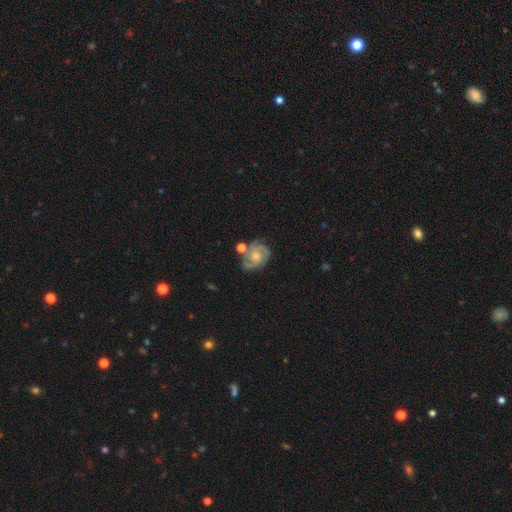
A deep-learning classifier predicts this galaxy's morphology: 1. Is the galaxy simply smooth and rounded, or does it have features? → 83% featured or disk, 11% smooth, 6% star or artifact.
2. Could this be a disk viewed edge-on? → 98% no, 2% yes.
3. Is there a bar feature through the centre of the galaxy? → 74% no, 23% weak, 4% strong.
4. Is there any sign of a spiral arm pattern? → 97% yes, 3% no.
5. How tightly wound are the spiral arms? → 53% tight, 39% medium, 8% loose.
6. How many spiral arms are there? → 46% 3, 28% 2, 10% can't tell, 9% 4, 4% 1, 4% more than 4.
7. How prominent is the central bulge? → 51% small, 41% moderate, 5% none, 2% large, 1% dominant.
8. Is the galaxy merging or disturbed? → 63% none, 19% minor disturbance, 11% merger, 7% major disturbance.